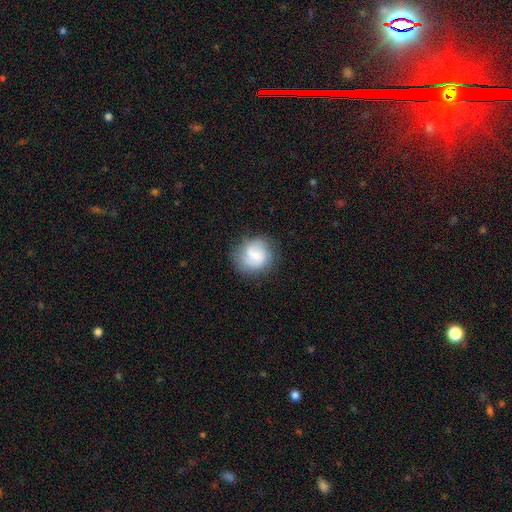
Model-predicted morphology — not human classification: Q: Smooth or featured?
A: smooth (61%); runner-up: featured or disk (31%)
Q: How rounded?
A: round (81%); runner-up: in between (18%)
Q: Merging?
A: none (68%); runner-up: minor disturbance (20%)